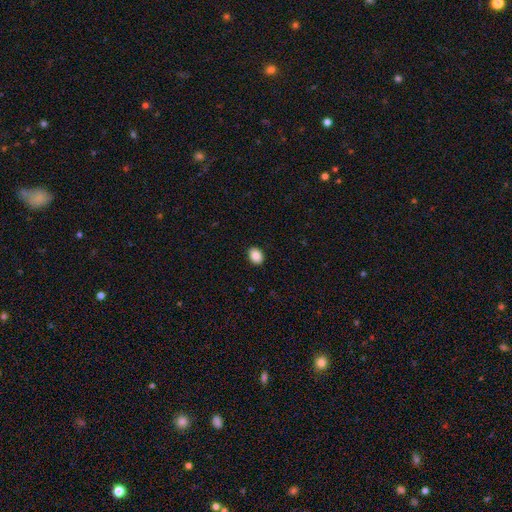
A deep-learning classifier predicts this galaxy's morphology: This appears to be a smooth galaxy with no disk features (89%) that is in between round and cigar-shaped (68%). Merging: none (91%).